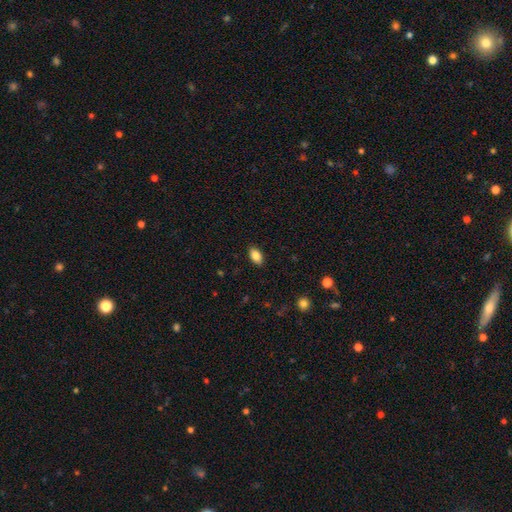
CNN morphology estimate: A smooth galaxy with no disk features (86%) that is in between round and cigar-shaped (91%).

Vote fractions:
- Smooth or featured? smooth: 86% / star or artifact: 8% / featured or disk: 6%
- How rounded? in between: 91% / round: 5% / cigar-shaped: 3%
- Merging? none: 88% / minor disturbance: 9% / major disturbance: 2% / merger: 1%